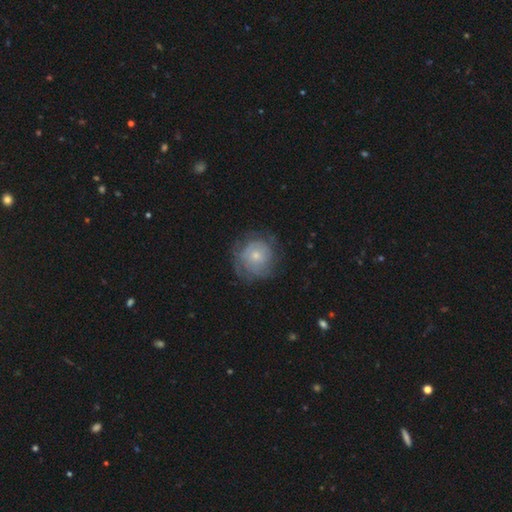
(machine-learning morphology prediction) This appears to be a featured or disk galaxy (49%). Merging: none (67%).